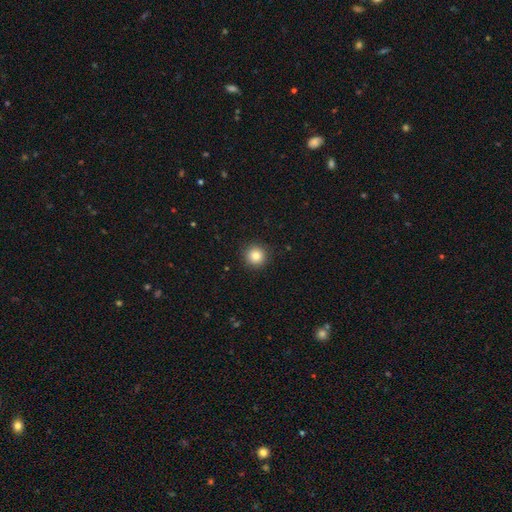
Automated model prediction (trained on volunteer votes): A smooth galaxy with no disk features (84%) that is round (95%).

Vote fractions:
- Smooth or featured? smooth: 84% / star or artifact: 11% / featured or disk: 6%
- How rounded? round: 95% / in between: 4% / cigar-shaped: 1%
- Merging? none: 92% / minor disturbance: 5% / major disturbance: 2% / merger: 1%